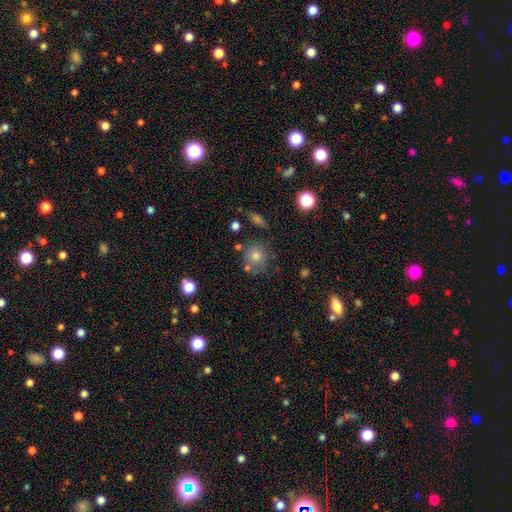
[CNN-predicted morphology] Overall: smooth (69%). How rounded: round (86%). Merging: none (67%).